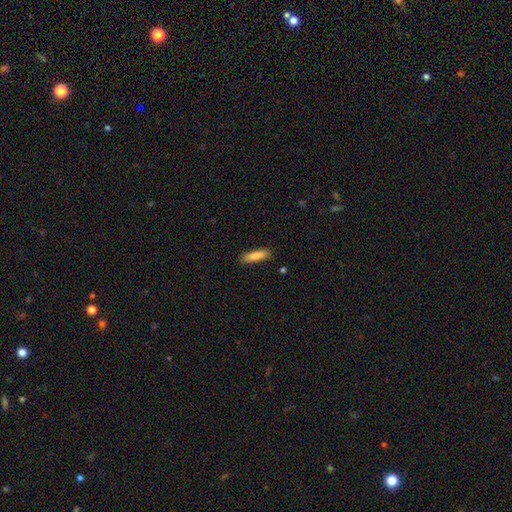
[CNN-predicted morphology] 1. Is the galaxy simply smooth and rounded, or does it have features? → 86% smooth, 7% featured or disk, 6% star or artifact.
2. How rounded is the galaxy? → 72% cigar-shaped, 27% in between, 1% round.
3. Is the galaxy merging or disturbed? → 87% none, 9% minor disturbance, 2% major disturbance, 1% merger.